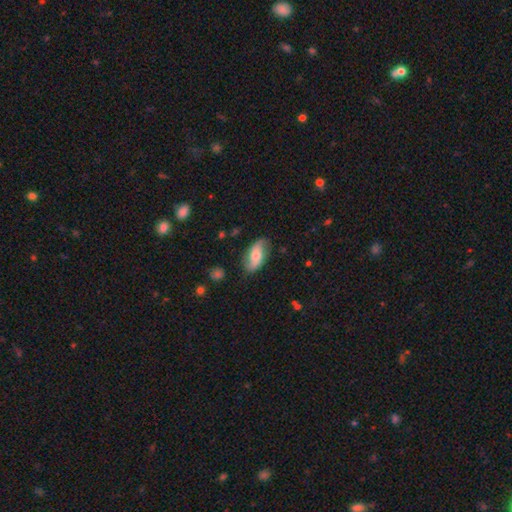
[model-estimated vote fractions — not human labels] smooth_or_featured: featured or disk (p=0.54) [alt: smooth p=0.39]
disk_edge_on: no (p=0.92) [alt: yes p=0.08]
merging: none (p=0.74) [alt: minor disturbance p=0.19]